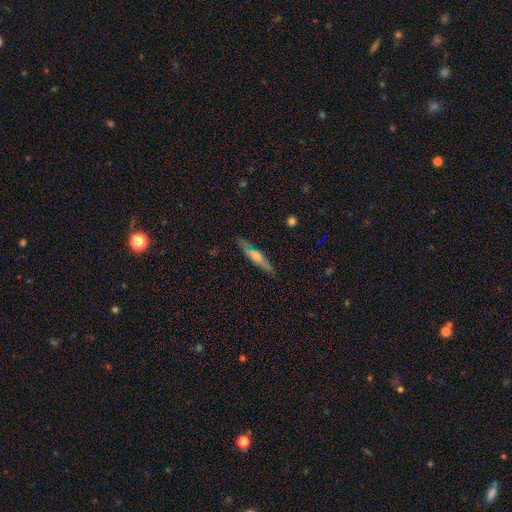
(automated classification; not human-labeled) This is possibly a featured or disk galaxy (54%). It is clearly viewed edge-on (89%). Merging: clearly none (83%).